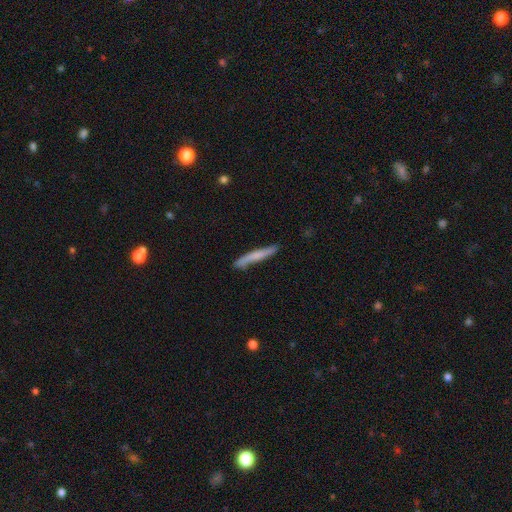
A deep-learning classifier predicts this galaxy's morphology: smooth 55%, featured or disk 40%, star or artifact 5%. Down the decision tree: how rounded — cigar-shaped (95%); merging — none (78%).